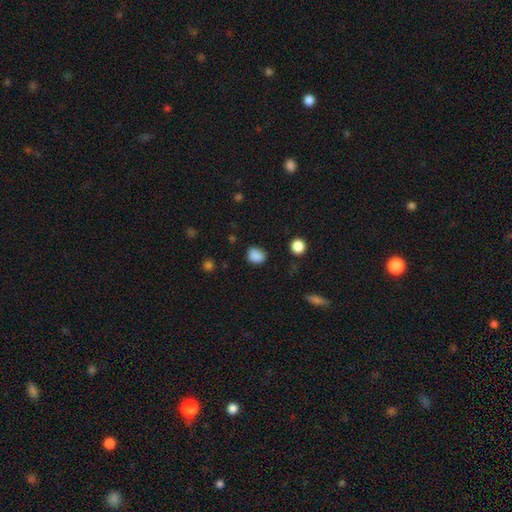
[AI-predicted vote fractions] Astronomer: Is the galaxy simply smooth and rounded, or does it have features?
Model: smooth — 86%.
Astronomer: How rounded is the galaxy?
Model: in between — 53% (runner-up: round, 46%).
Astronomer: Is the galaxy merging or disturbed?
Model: none — 76%.